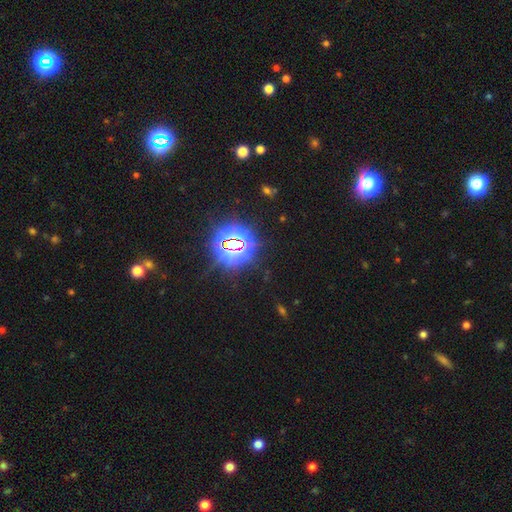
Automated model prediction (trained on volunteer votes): Smooth or featured? Predicted: star or artifact (p=0.78).